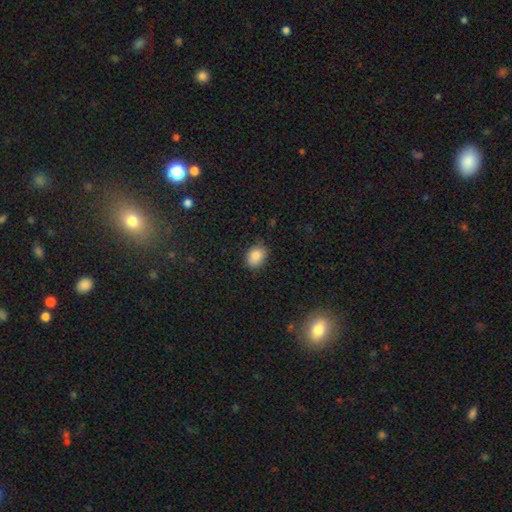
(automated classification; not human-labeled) This appears to be a smooth galaxy with no disk features (86%) that is in between round and cigar-shaped (63%). Merging: none (79%).